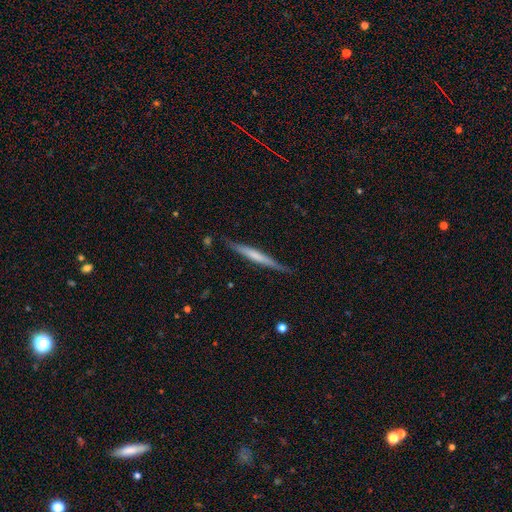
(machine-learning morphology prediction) smooth_or_featured: featured or disk (p=0.52) [alt: smooth p=0.43]
disk_edge_on: yes (p=0.97) [alt: no p=0.03]
merging: none (p=0.85) [alt: minor disturbance p=0.11]